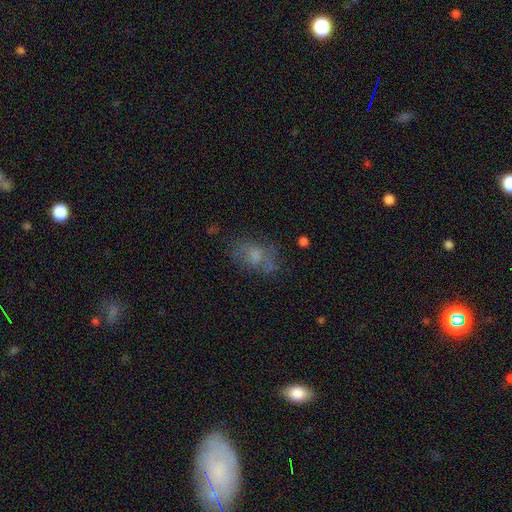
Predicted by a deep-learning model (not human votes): Smooth or featured?
  - smooth: 48% *
  - featured or disk: 37%
  - star or artifact: 15%
Merging?
  - none: 54% *
  - minor disturbance: 23%
  - major disturbance: 19%
  - merger: 5%